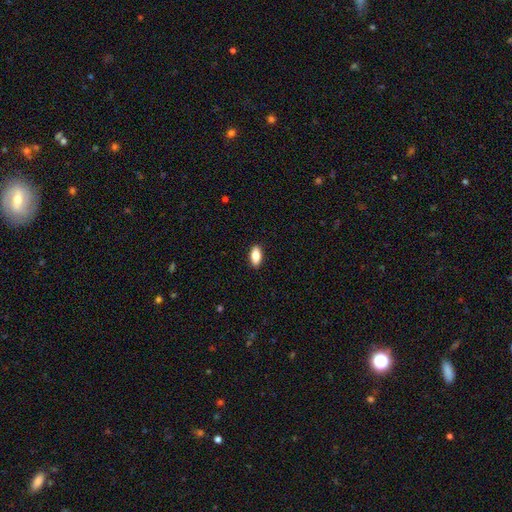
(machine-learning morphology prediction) Overall: smooth (80%). How rounded: in between (87%). Merging: none (90%).